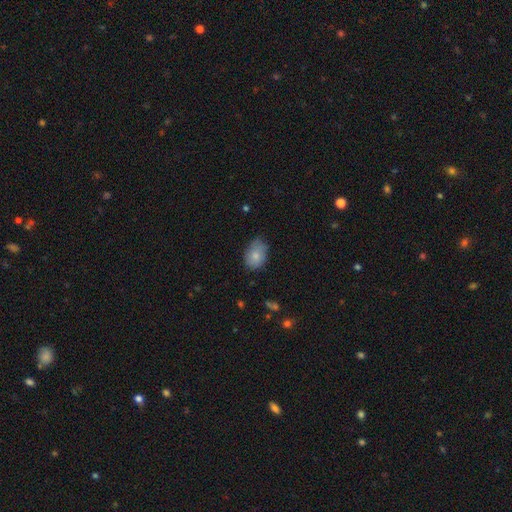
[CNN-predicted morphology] Q: Smooth or featured?
A: smooth (80%); runner-up: featured or disk (13%)
Q: How rounded?
A: in between (78%); runner-up: round (21%)
Q: Merging?
A: none (64%); runner-up: minor disturbance (29%)